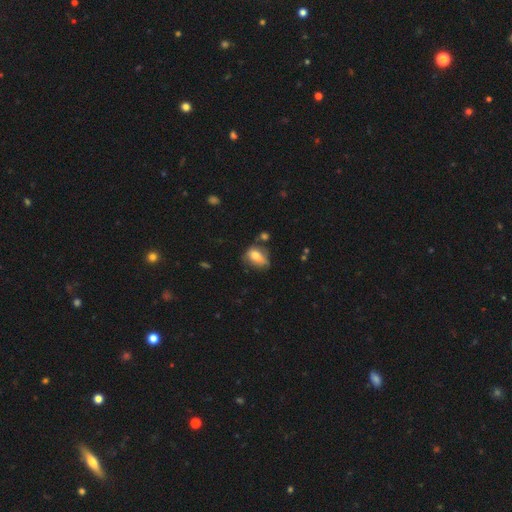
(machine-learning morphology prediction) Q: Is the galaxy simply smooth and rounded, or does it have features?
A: smooth — 72%.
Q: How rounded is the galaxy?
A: in between — 79%.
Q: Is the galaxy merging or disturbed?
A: none — 45%.